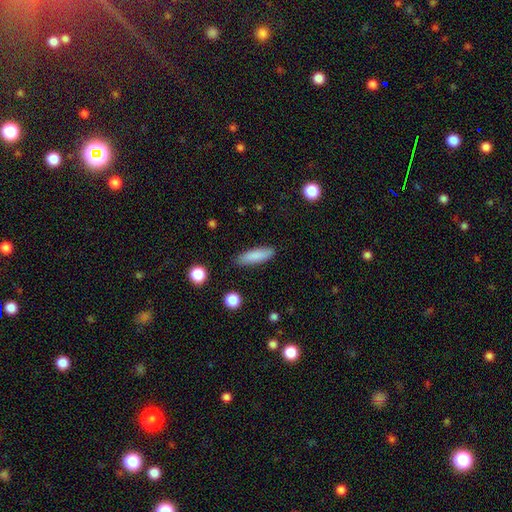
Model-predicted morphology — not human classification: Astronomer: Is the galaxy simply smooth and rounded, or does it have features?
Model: smooth — 85%.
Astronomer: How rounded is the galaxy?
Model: cigar-shaped — 62% (runner-up: in between, 37%).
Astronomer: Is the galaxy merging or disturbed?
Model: none — 86%.